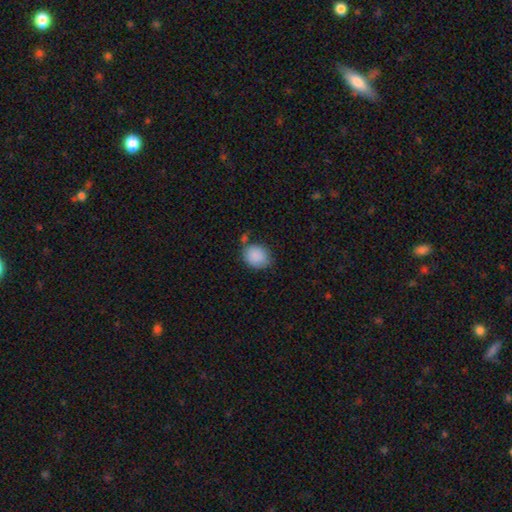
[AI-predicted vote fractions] Overall: smooth (88%). How rounded: round (62%; in between 37%). Merging: none (63%).